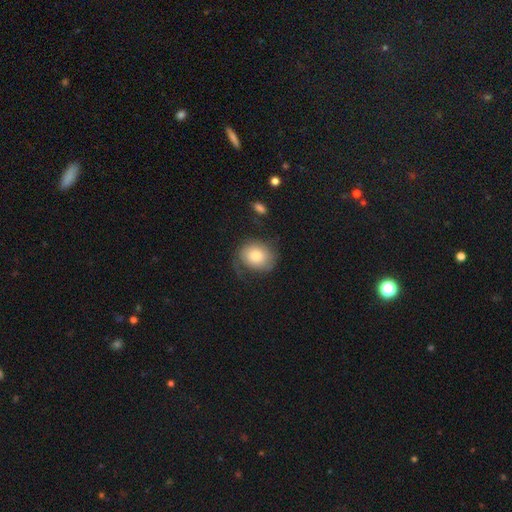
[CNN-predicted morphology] A smooth galaxy with no disk features (61%) that is round (61%). Merging: none (55%).